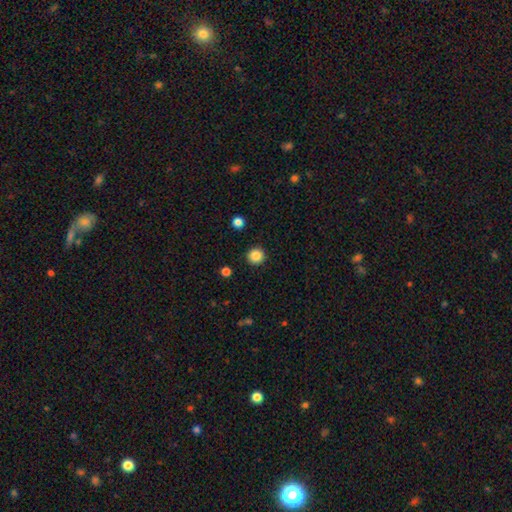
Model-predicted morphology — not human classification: type=smooth (86%); roundness=round (95%); merging=none (93%).